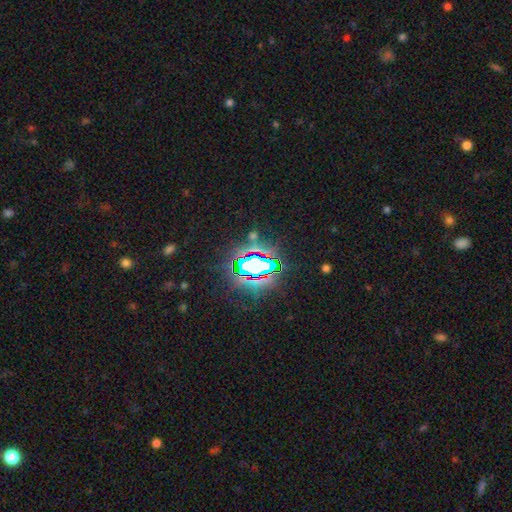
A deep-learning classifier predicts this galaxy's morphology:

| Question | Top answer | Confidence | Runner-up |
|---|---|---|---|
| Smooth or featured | star or artifact | 82% | smooth (10%) |